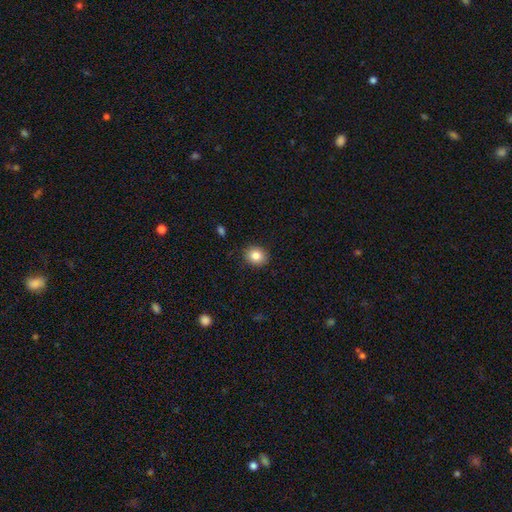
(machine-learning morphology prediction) type=smooth (84%); roundness=round (72%); merging=none (89%).